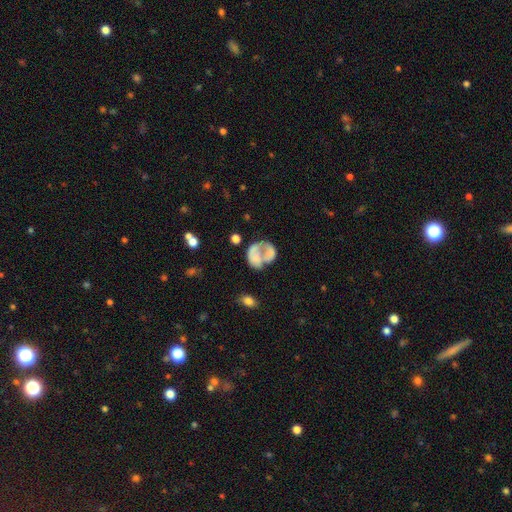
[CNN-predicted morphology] A smooth galaxy with no disk features (48%).

Vote fractions:
- Smooth or featured? smooth: 48% / featured or disk: 43% / star or artifact: 9%
- Merging? merger: 32% / none: 27% / major disturbance: 25% / minor disturbance: 16%